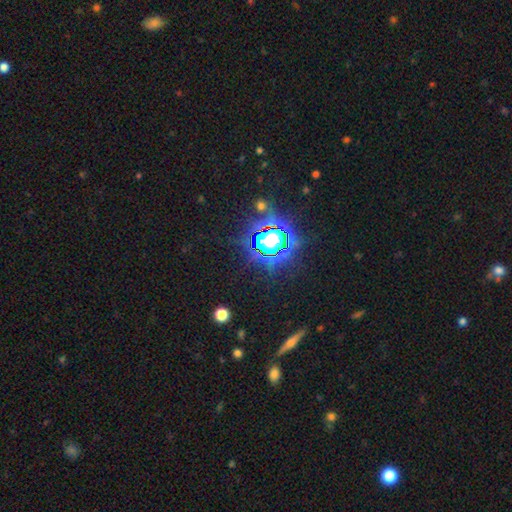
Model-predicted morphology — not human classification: Overall: star or artifact (84%).